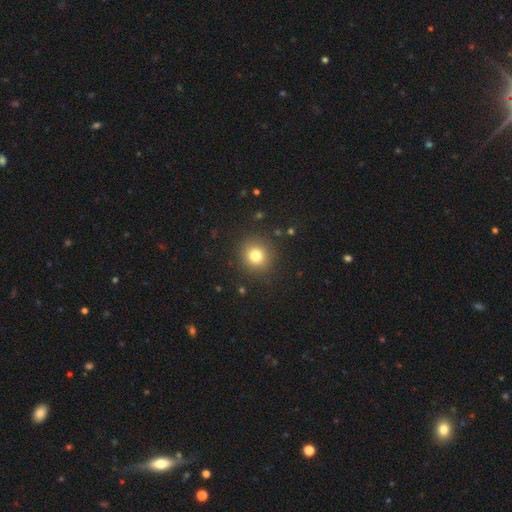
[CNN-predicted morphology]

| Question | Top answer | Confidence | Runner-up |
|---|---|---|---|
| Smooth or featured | smooth | 78% | star or artifact (14%) |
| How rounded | round | 92% | in between (7%) |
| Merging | none | 89% | minor disturbance (7%) |